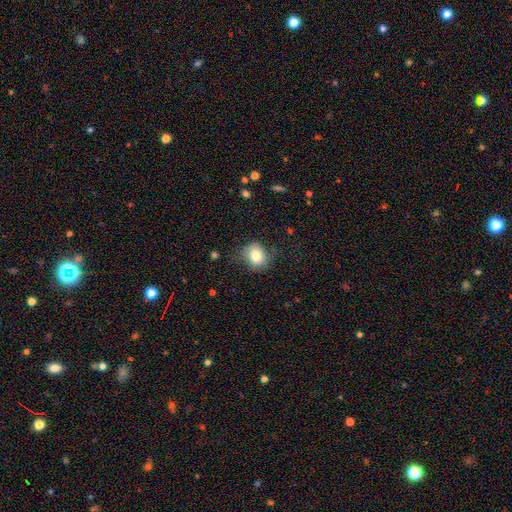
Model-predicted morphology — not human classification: Smooth or featured? smooth (81%)
How rounded? round (62%)
Merging? none (70%)